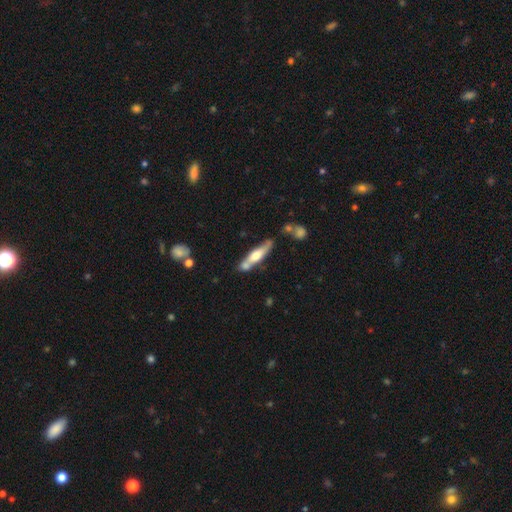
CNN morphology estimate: Smooth or featured? featured or disk (48%)
Merging? none (54%)